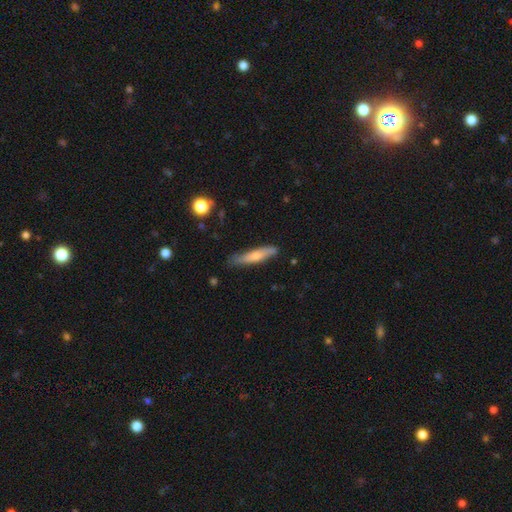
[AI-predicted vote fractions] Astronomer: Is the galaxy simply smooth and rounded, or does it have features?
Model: smooth — 63%.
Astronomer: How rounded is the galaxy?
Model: cigar-shaped — 85%.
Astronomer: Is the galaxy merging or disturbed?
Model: none — 74%.